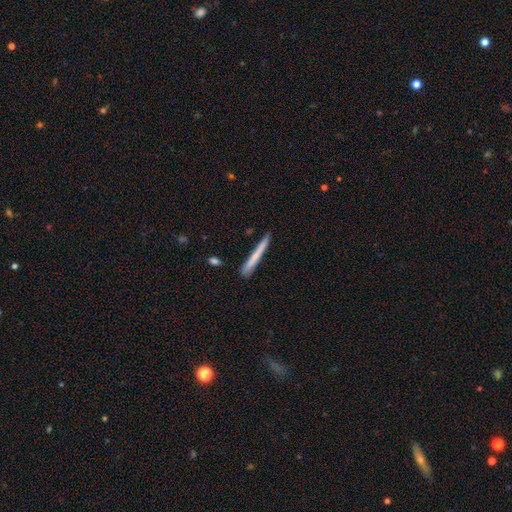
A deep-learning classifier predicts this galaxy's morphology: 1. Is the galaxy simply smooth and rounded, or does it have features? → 66% smooth, 28% featured or disk, 6% star or artifact.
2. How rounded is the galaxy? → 97% cigar-shaped, 2% in between, 1% round.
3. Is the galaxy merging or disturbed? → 83% none, 12% minor disturbance, 2% merger, 2% major disturbance.